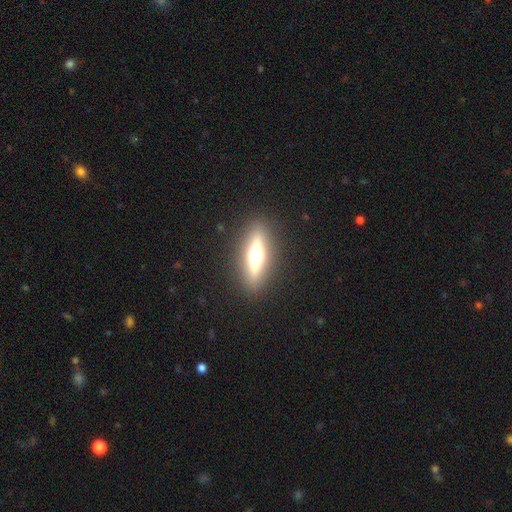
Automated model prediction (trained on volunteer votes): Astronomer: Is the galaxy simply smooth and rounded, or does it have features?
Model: featured or disk — 58% (runner-up: smooth, 34%).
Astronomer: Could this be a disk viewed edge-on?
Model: yes — 89%.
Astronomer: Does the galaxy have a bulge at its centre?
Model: rounded — 92%.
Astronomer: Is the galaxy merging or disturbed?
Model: none — 89%.